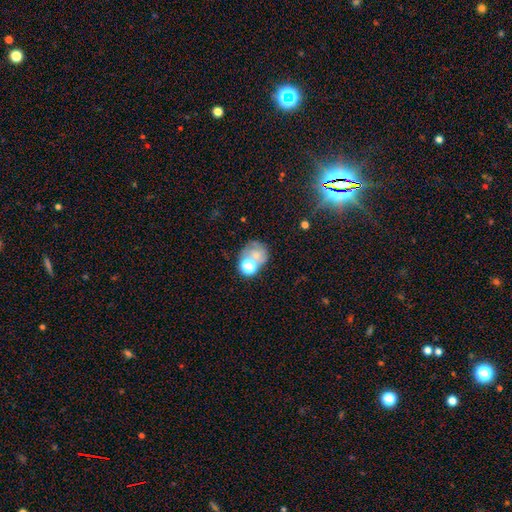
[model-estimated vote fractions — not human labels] Smooth or featured? Predicted: smooth (p=0.56). How rounded? Predicted: round (p=0.66). Merging? Predicted: none (p=0.41).